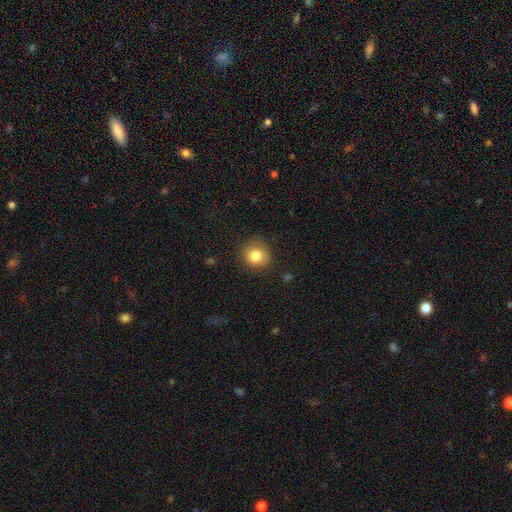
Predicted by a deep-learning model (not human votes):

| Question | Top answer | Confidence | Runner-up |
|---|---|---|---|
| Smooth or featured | smooth | 82% | star or artifact (10%) |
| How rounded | round | 85% | in between (14%) |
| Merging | none | 80% | minor disturbance (15%) |